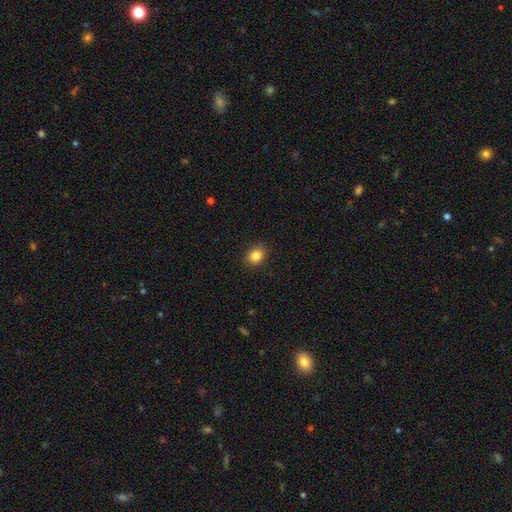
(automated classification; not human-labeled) Smooth or featured? Predicted: smooth (p=0.85). How rounded? Predicted: round (p=0.58). Merging? Predicted: none (p=0.88).